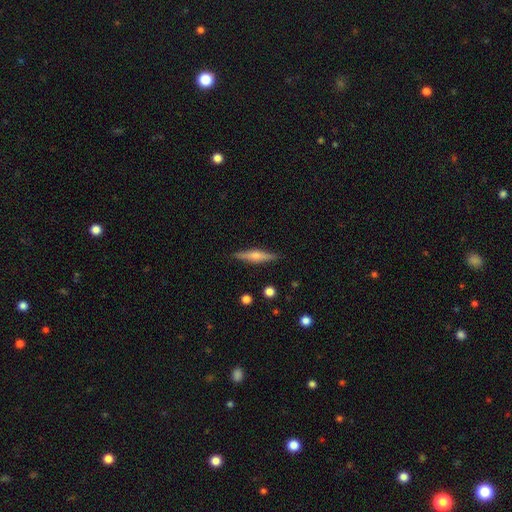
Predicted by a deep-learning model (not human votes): Morphology: type=featured or disk (61%); edge-on=yes (96%); edge-on bulge=rounded (79%); merging=none (88%).